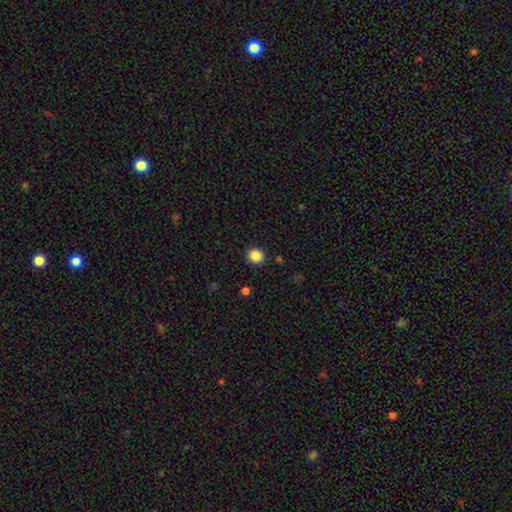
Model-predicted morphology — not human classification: Smooth or featured? Predicted: smooth (p=0.86). How rounded? Predicted: round (p=0.87). Merging? Predicted: none (p=0.90).